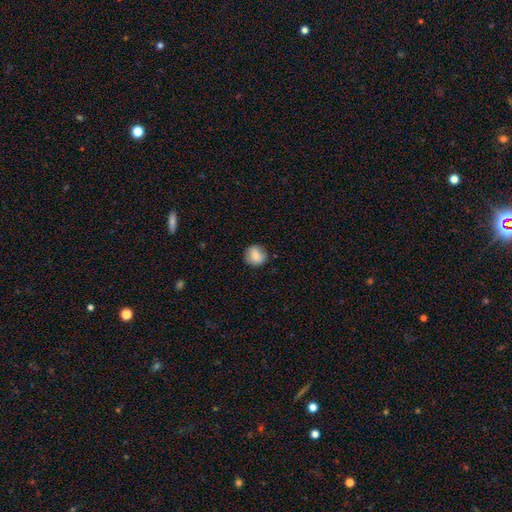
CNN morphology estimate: Smooth or featured?
  - smooth: 79% *
  - featured or disk: 13%
  - star or artifact: 8%
How rounded?
  - round: 89% *
  - in between: 10%
  - cigar-shaped: 1%
Merging?
  - none: 85% *
  - minor disturbance: 11%
  - major disturbance: 3%
  - merger: 1%